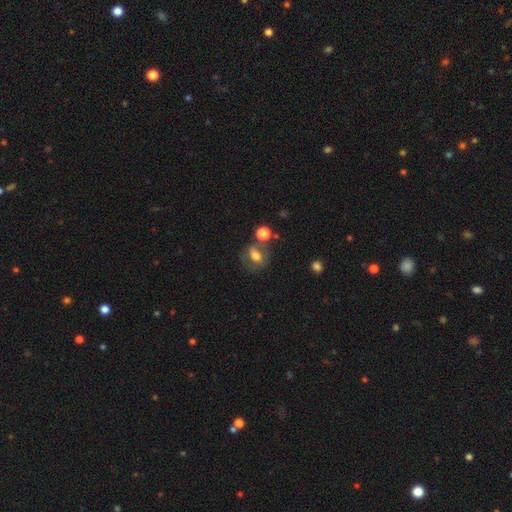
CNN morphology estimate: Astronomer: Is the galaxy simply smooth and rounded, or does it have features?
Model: smooth — 54% (runner-up: featured or disk, 35%).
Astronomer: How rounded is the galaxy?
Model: in between — 59% (runner-up: round, 38%).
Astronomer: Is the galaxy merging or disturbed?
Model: none — 54%.